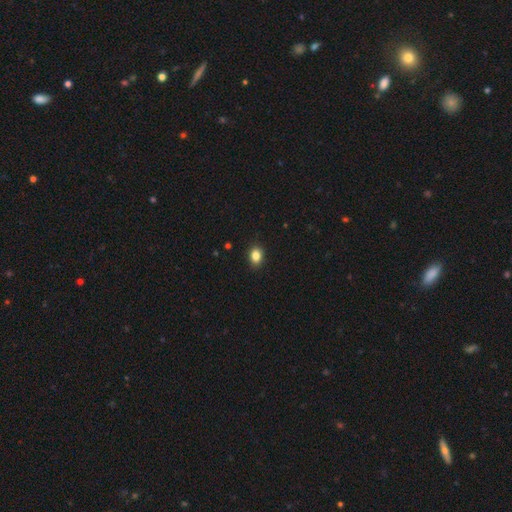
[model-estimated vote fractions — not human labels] smooth 85%, star or artifact 10%, featured or disk 5%. Down the decision tree: how rounded — in between (61%); merging — none (90%).